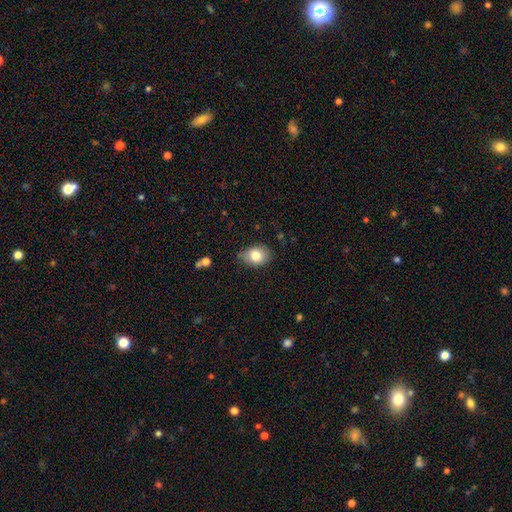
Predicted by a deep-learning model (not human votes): A smooth galaxy with no disk features (81%) that is in between round and cigar-shaped (71%).

Vote fractions:
- Smooth or featured? smooth: 81% / featured or disk: 11% / star or artifact: 8%
- How rounded? in between: 71% / round: 28% / cigar-shaped: 1%
- Merging? none: 71% / minor disturbance: 23% / major disturbance: 4% / merger: 2%